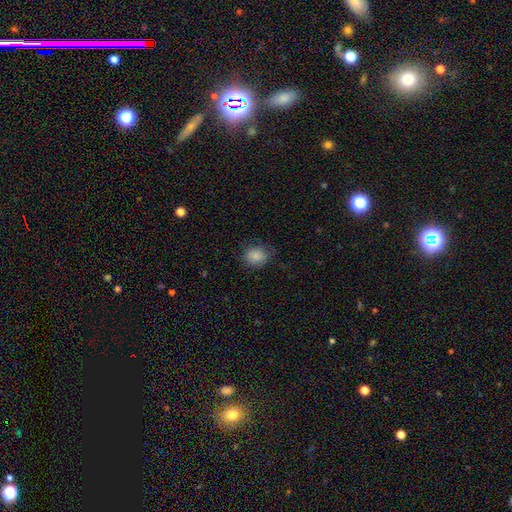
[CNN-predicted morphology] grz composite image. It shows a smooth galaxy with no disk features (85%) that is round (65%). Merging: none (76%).